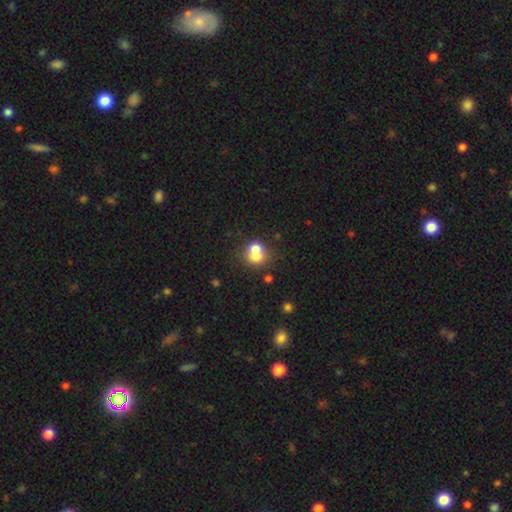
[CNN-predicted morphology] Smooth or featured?
  - smooth: 66% *
  - featured or disk: 21%
  - star or artifact: 12%
How rounded?
  - round: 75% *
  - in between: 24%
  - cigar-shaped: 1%
Merging?
  - merger: 58% *
  - none: 32%
  - minor disturbance: 7%
  - major disturbance: 4%